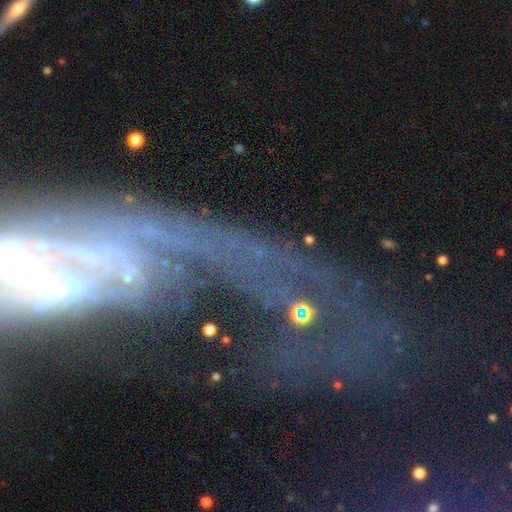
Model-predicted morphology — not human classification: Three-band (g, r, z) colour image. It shows a featured or disk galaxy (67%) with no bar (39%), spiral arms (57%) and a small central bulge (35%). Merging: major disturbance (44%).